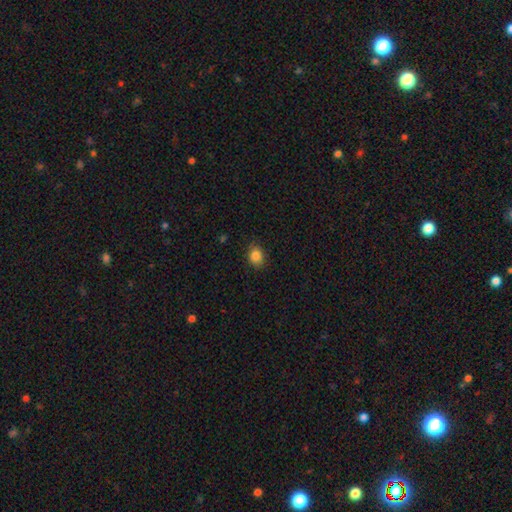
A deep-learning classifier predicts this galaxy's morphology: Q: Smooth or featured?
A: smooth (86%); runner-up: star or artifact (10%)
Q: How rounded?
A: round (50%); runner-up: in between (49%)
Q: Merging?
A: none (84%); runner-up: minor disturbance (12%)